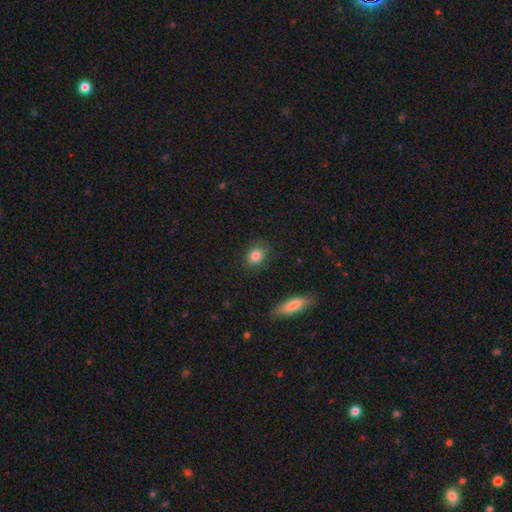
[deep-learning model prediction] Q: Smooth or featured?
A: smooth (83%); runner-up: star or artifact (9%)
Q: How rounded?
A: in between (58%); runner-up: round (40%)
Q: Merging?
A: none (77%); runner-up: minor disturbance (16%)